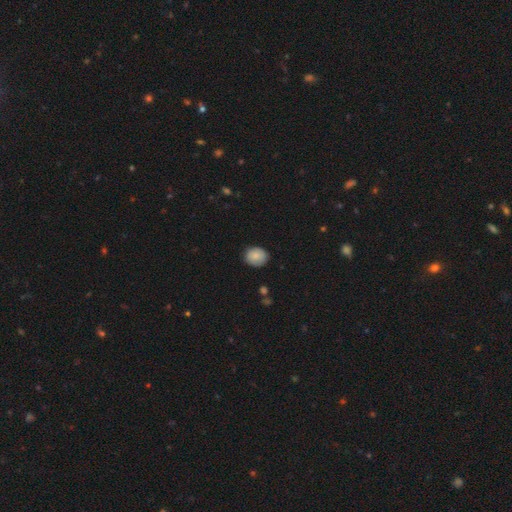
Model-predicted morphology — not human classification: Smooth or featured? Predicted: smooth (p=0.85). How rounded? Predicted: round (p=0.61). Merging? Predicted: none (p=0.84).